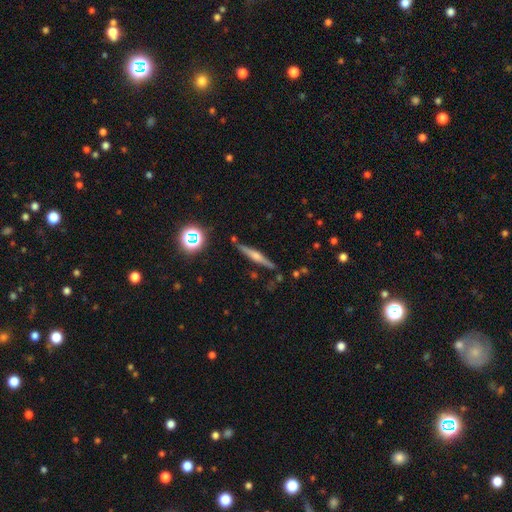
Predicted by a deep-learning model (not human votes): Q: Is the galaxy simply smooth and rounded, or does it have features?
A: featured or disk — 68%.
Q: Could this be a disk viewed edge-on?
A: yes — 97%.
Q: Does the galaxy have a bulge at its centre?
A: rounded — 82%.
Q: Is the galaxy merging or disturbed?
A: none — 86%.